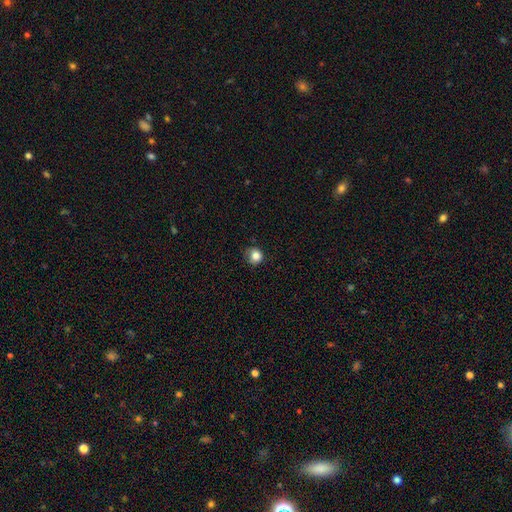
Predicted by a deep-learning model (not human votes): The model was most divided on "merging": none: 72%, minor disturbance: 22%, major disturbance: 5%, merger: 1%. More confident: how rounded — round (86%); smooth or featured — smooth (83%).